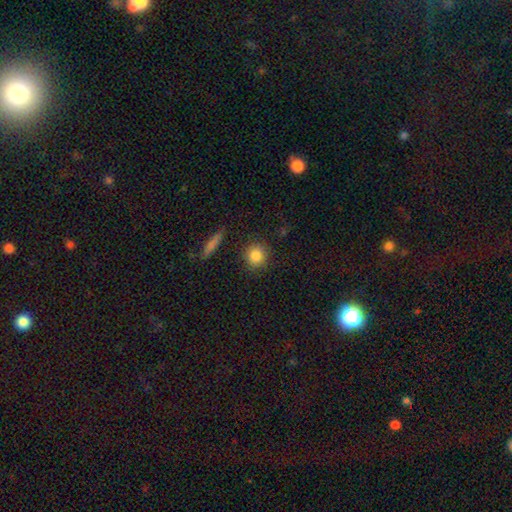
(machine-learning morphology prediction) This is clearly a smooth galaxy (85%). How rounded: clearly round (84%). Merging: clearly none (87%).